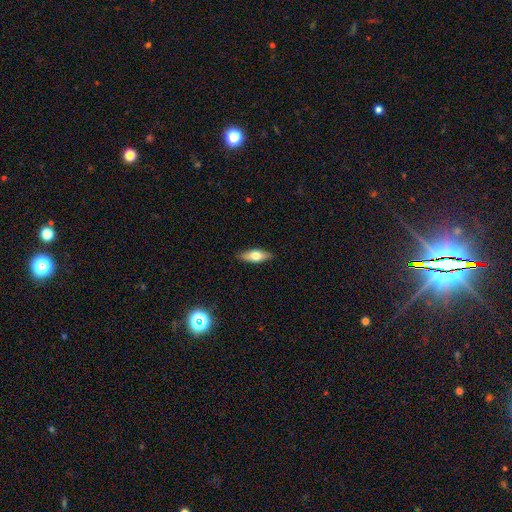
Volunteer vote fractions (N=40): Volunteers were most divided on "smooth or featured": smooth: 55%, featured or disk: 42%, star or artifact: 2%. More confident: merging — none (97%); how rounded — in between (82%).